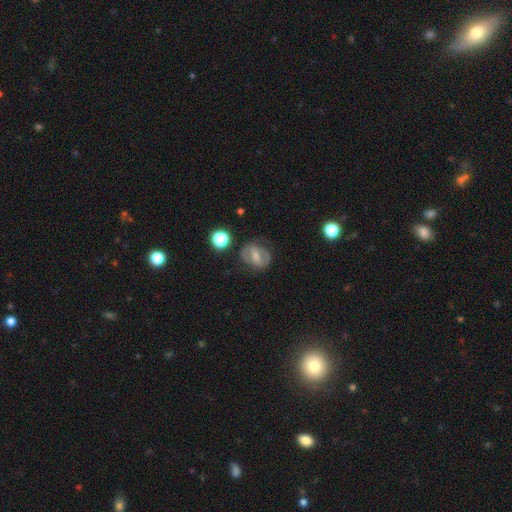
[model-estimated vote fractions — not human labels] This is possibly a featured or disk galaxy (54%). It is clearly not viewed edge-on (94%). Bar: marginally strong (42%). Spiral arm pattern: possibly no (53%). Central bulge: possibly moderate (48%). Merging: likely none (71%).